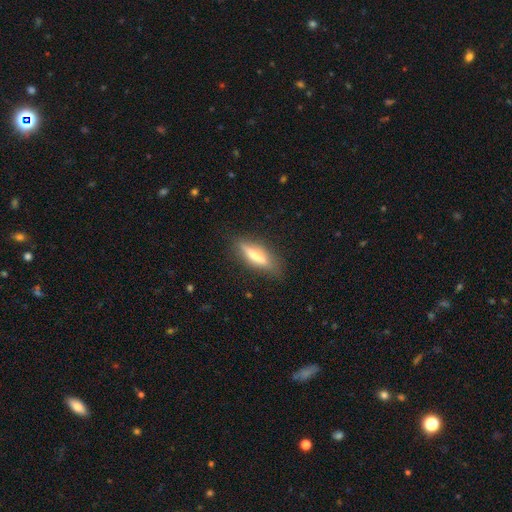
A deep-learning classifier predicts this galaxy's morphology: A smooth galaxy with no disk features (51%) that is cigar-shaped (73%).

Vote fractions:
- Smooth or featured? smooth: 51% / featured or disk: 42% / star or artifact: 7%
- How rounded? cigar-shaped: 73% / in between: 25% / round: 2%
- Merging? none: 83% / minor disturbance: 12% / major disturbance: 3% / merger: 1%